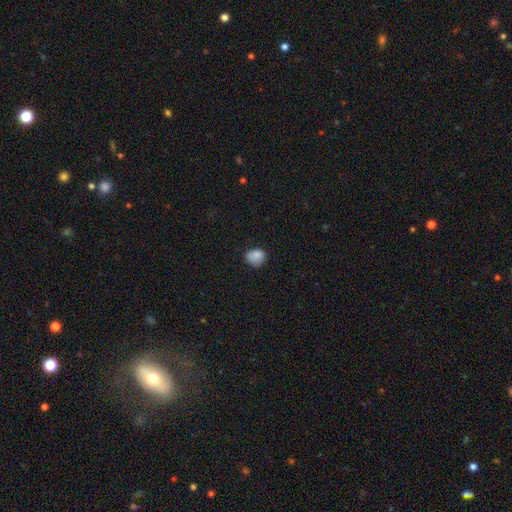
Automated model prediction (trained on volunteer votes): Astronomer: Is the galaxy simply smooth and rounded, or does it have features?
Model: smooth — 85%.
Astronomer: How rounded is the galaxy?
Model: round — 60% (runner-up: in between, 39%).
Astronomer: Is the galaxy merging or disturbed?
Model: none — 67%.